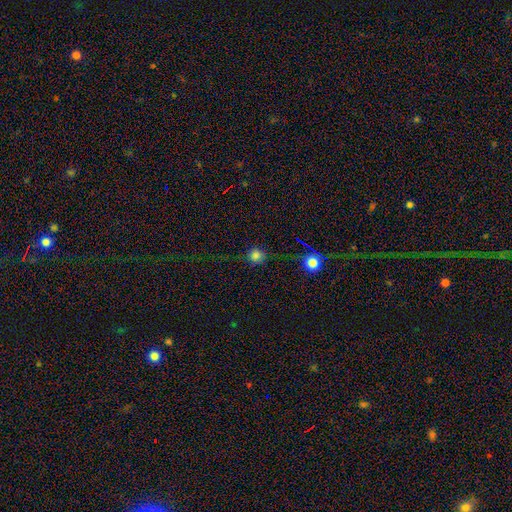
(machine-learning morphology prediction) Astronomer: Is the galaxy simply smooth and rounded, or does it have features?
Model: smooth — 78%.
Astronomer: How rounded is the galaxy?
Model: round — 91%.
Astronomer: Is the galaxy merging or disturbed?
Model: none — 86%.